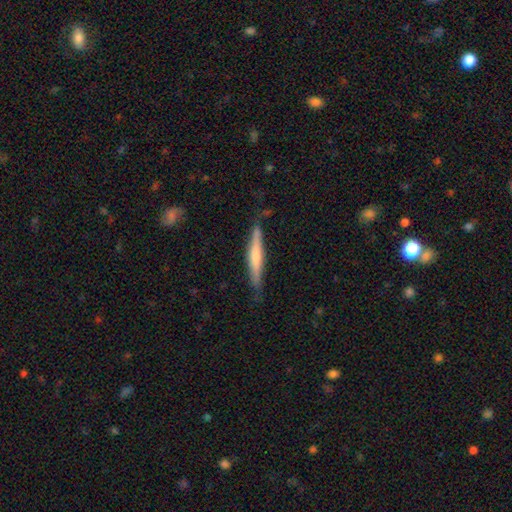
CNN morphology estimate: The model was most divided on "smooth or featured": featured or disk: 62%, smooth: 30%, star or artifact: 7%. More confident: edge-on disk — yes (96%); merging — none (83%); edge-on bulge — rounded (62%).